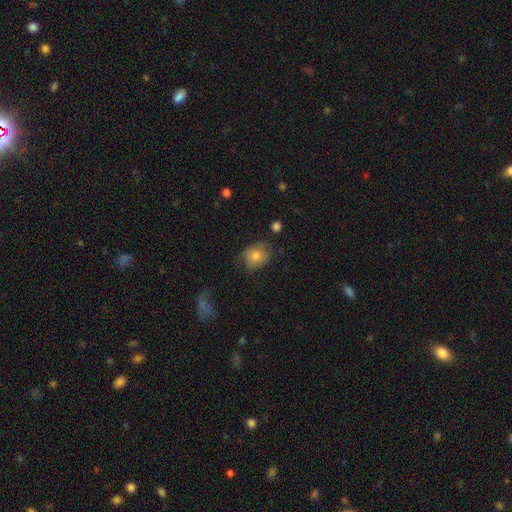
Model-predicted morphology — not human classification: This appears to be a smooth galaxy with no disk features (75%) that is round (63%). Merging: none (65%).